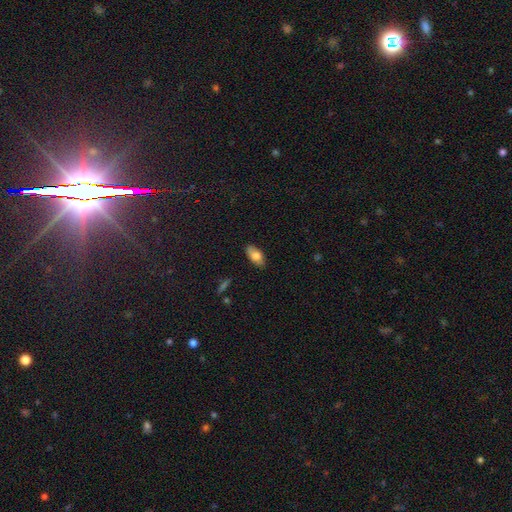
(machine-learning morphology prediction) Smooth or featured? Predicted: smooth (p=0.77). How rounded? Predicted: in between (p=0.90). Merging? Predicted: none (p=0.84).